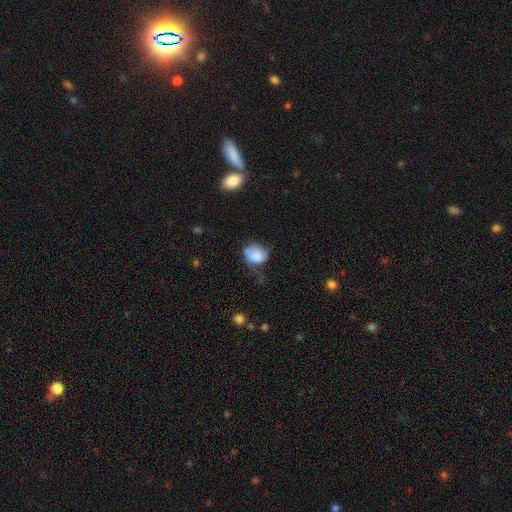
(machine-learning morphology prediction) This is likely a smooth galaxy (77%). How rounded: possibly round (52%). Merging: marginally none (38%, tied with minor disturbance).